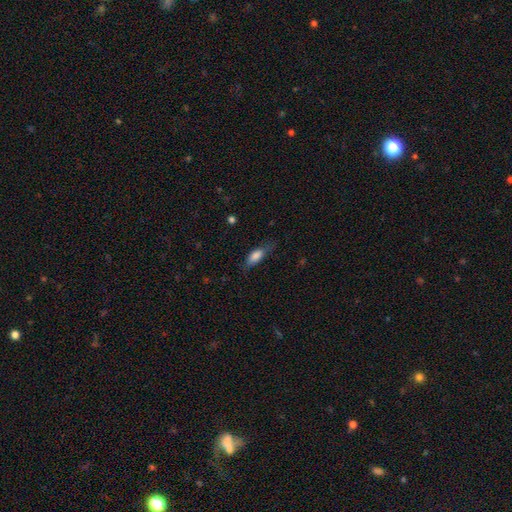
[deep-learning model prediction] Smooth or featured? smooth (78%)
How rounded? in between (70%)
Merging? none (62%)